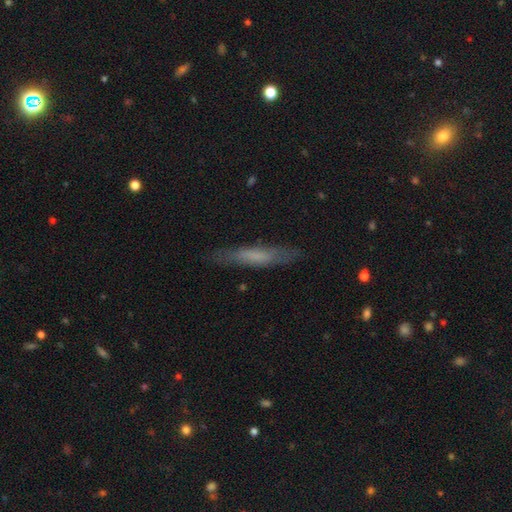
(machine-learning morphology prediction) Smooth or featured: smooth — 57% (featured or disk — 36%)
How rounded: cigar-shaped — 89% (in between — 10%)
Merging: none — 81% (minor disturbance — 14%)